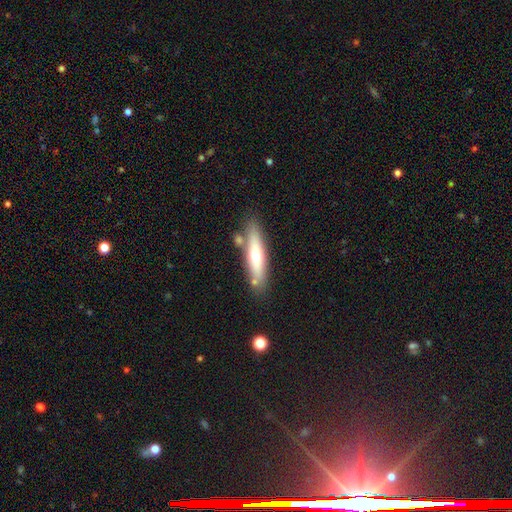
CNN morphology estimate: smooth-or-featured: smooth: 52% | featured or disk: 42% | star or artifact: 6%
  how-rounded: cigar-shaped: 77% | in between: 21% | round: 2%
  merging: none: 75% | minor disturbance: 13% | merger: 9% | major disturbance: 3%